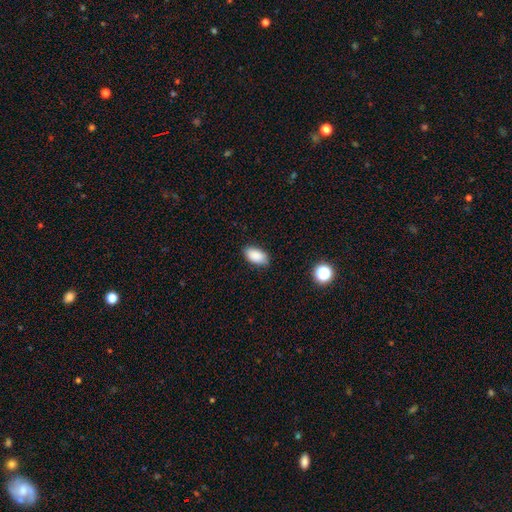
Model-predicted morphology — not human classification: The model was most divided on "merging": none: 85%, minor disturbance: 12%, major disturbance: 2%, merger: 1%. More confident: how rounded — in between (93%); smooth or featured — smooth (88%).